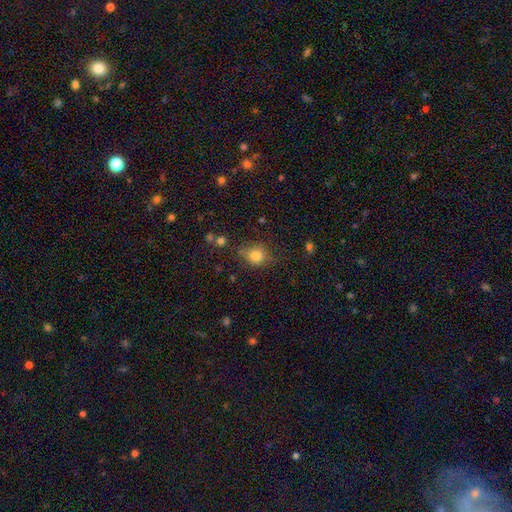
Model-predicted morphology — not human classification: This appears to be a smooth galaxy with no disk features (79%) that is round (71%). Merging: none (69%).